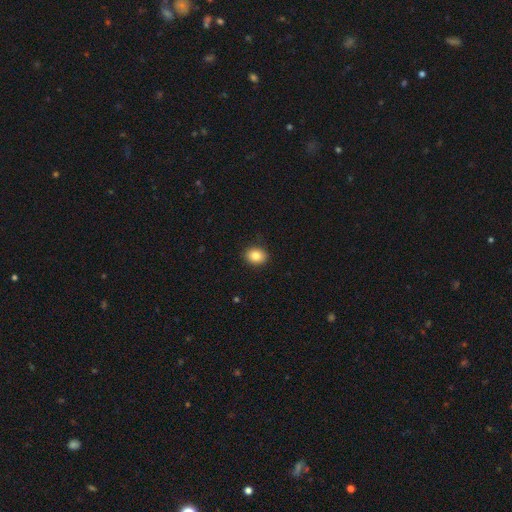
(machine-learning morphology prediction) smooth-or-featured: smooth: 85% | star or artifact: 9% | featured or disk: 5%
  how-rounded: round: 52% | in between: 47% | cigar-shaped: 1%
  merging: none: 90% | minor disturbance: 7% | major disturbance: 2% | merger: 1%